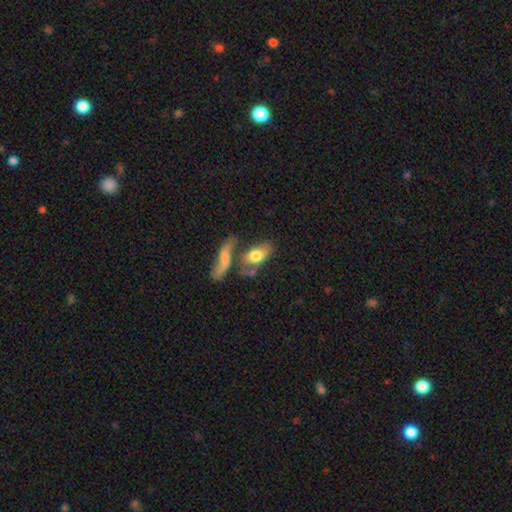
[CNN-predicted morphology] type=smooth (69%); roundness=in between (84%); merging=none (39%).